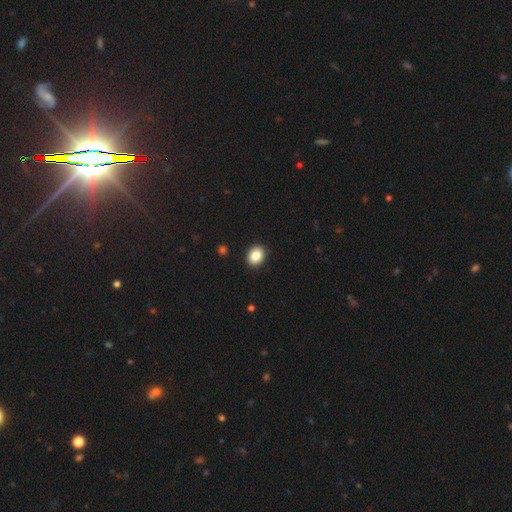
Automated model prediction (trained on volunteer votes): Smooth or featured?
  - smooth: 86% *
  - star or artifact: 8%
  - featured or disk: 6%
How rounded?
  - in between: 51% *
  - round: 48%
  - cigar-shaped: 1%
Merging?
  - none: 91% *
  - minor disturbance: 6%
  - major disturbance: 2%
  - merger: 1%